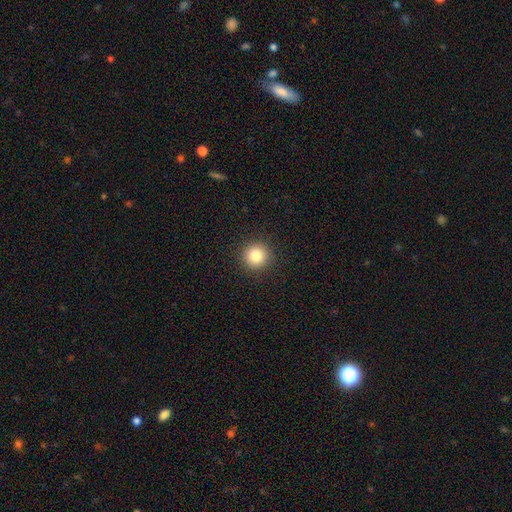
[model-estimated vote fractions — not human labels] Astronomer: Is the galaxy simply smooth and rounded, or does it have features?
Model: smooth — 83%.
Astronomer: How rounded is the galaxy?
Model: round — 95%.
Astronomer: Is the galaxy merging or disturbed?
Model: none — 92%.